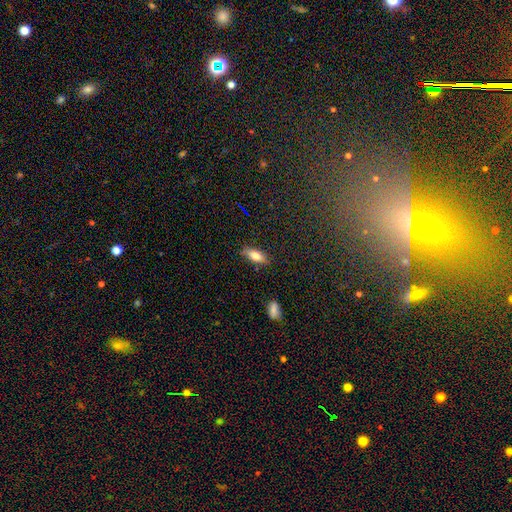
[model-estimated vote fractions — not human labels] smooth-or-featured: smooth: 71% | featured or disk: 22% | star or artifact: 7%
  how-rounded: in between: 67% | cigar-shaped: 31% | round: 2%
  merging: none: 83% | minor disturbance: 12% | major disturbance: 2% | merger: 2%